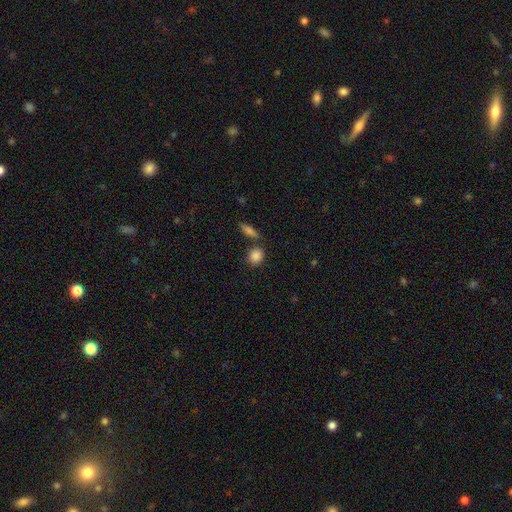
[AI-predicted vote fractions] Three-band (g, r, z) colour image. It shows a smooth galaxy with no disk features (87%) that is round (64%). Merging: none (74%).